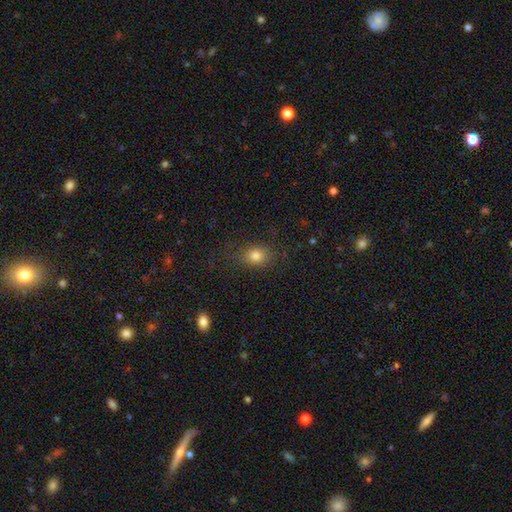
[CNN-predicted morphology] Q: Smooth or featured?
A: smooth (80%); runner-up: star or artifact (13%)
Q: How rounded?
A: round (53%); runner-up: in between (45%)
Q: Merging?
A: none (80%); runner-up: minor disturbance (13%)